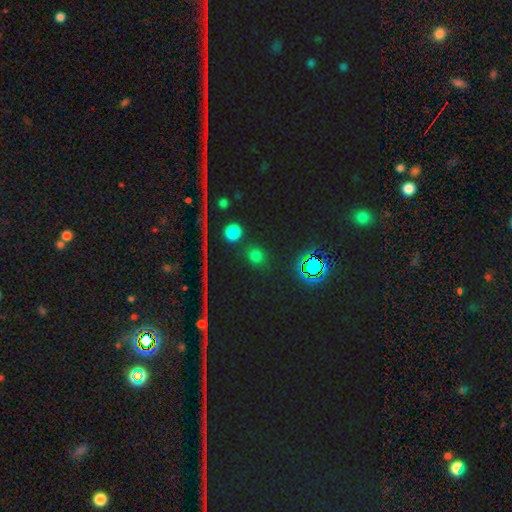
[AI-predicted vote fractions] This is possibly a smooth galaxy (59%). How rounded: clearly round (90%). Merging: clearly none (87%).